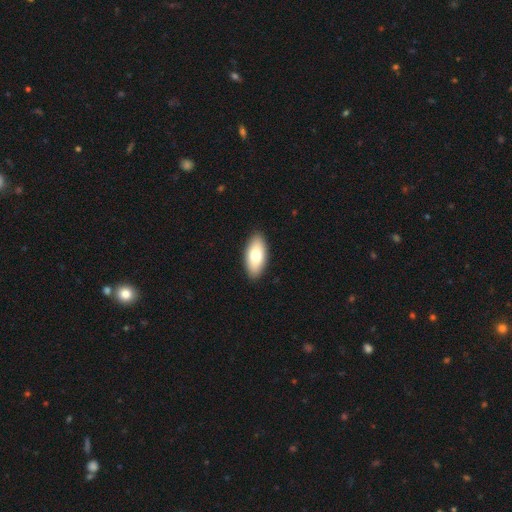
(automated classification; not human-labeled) A smooth galaxy with no disk features (77%) that is in between round and cigar-shaped (91%). Merging: none (90%).